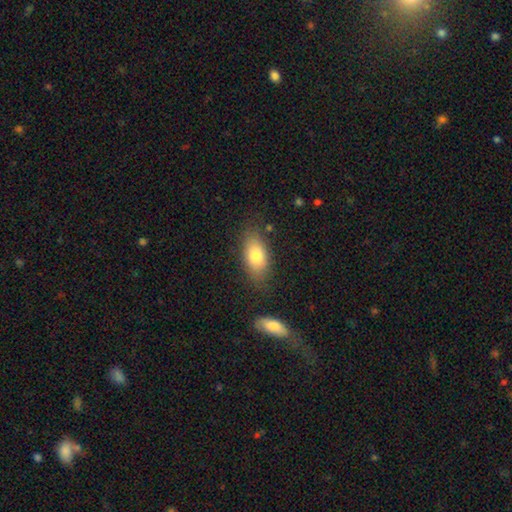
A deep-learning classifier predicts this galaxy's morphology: smooth_or_featured: smooth (p=0.78) [alt: featured or disk p=0.15]
how_rounded: in between (p=0.88) [alt: round p=0.06]
merging: none (p=0.77) [alt: minor disturbance p=0.15]